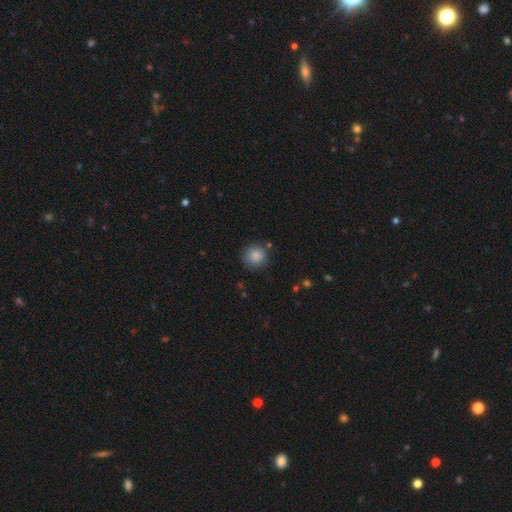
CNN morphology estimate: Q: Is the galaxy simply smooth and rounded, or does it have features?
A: smooth — 86%.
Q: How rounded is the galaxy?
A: round — 93%.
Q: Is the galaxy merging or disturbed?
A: none — 84%.